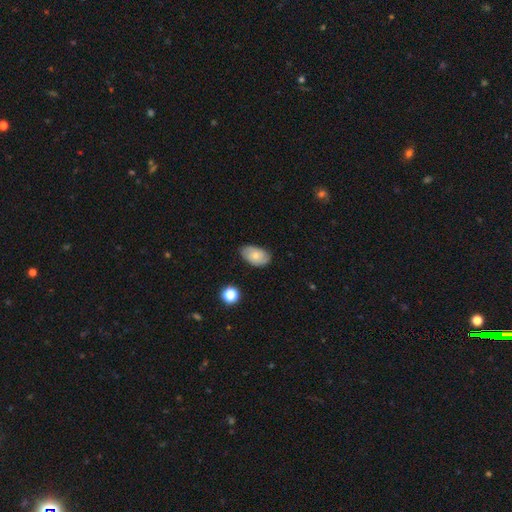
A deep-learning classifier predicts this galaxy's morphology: Smooth or featured: smooth — 67% (featured or disk — 25%)
How rounded: in between — 90% (round — 9%)
Merging: none — 72% (minor disturbance — 23%)